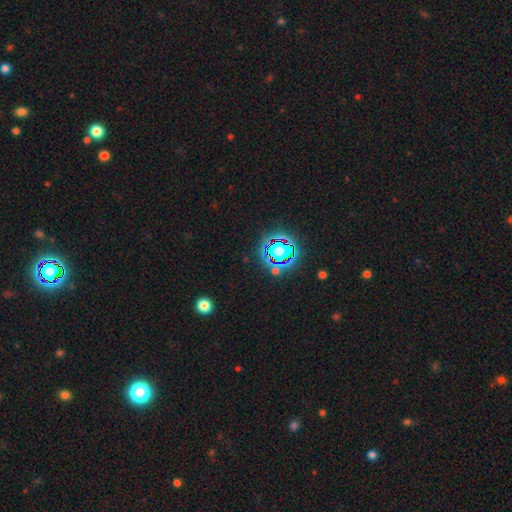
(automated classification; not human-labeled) Overall: star or artifact (82%).